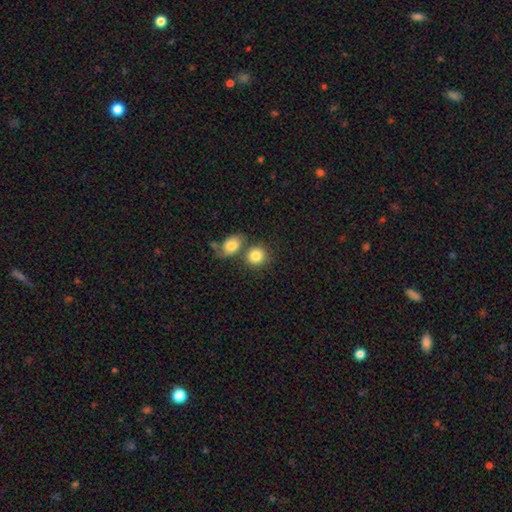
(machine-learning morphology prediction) This appears to be a smooth galaxy with no disk features (83%) that is round (75%). Merging: none (56%).